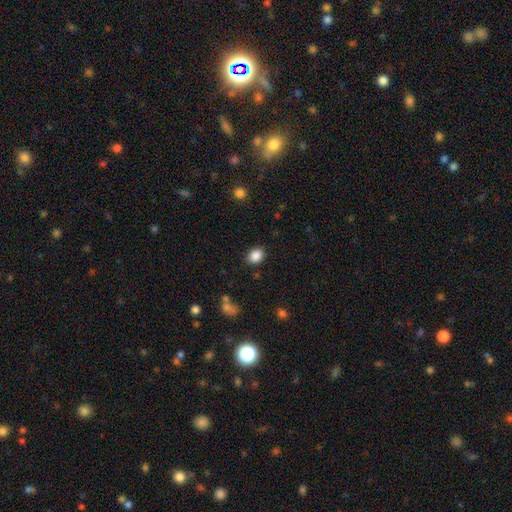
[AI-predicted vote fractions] A smooth galaxy with no disk features (87%) that is in between round and cigar-shaped (51%).

Vote fractions:
- Smooth or featured? smooth: 87% / star or artifact: 9% / featured or disk: 4%
- How rounded? in between: 51% / round: 48% / cigar-shaped: 1%
- Merging? none: 86% / minor disturbance: 9% / major disturbance: 3% / merger: 2%